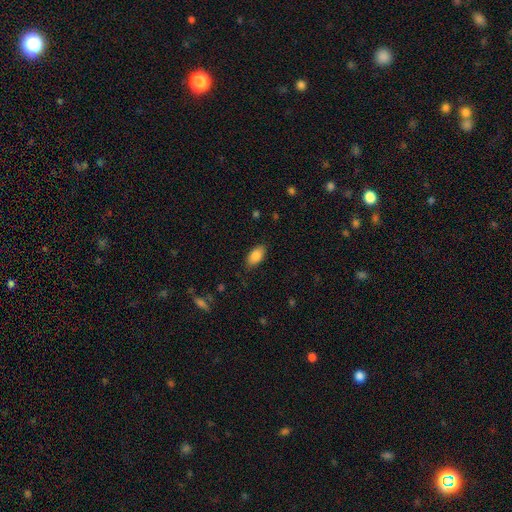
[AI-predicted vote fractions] smooth 86%, star or artifact 7%, featured or disk 7%. Down the decision tree: how rounded — in between (92%); merging — none (84%).